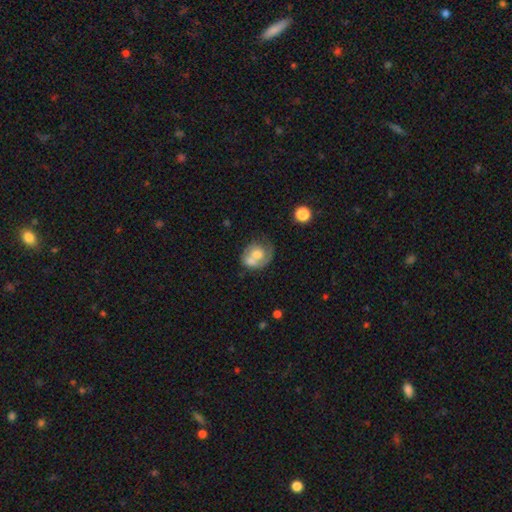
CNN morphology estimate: Overall: featured or disk (58%; smooth 35%). Edge-on disk: no (98%). Bar: no (82%). Spiral arms: yes (69%; no 31%). Bulge size: moderate (54%; large 21%). Merging: merger (36%; none 33%).